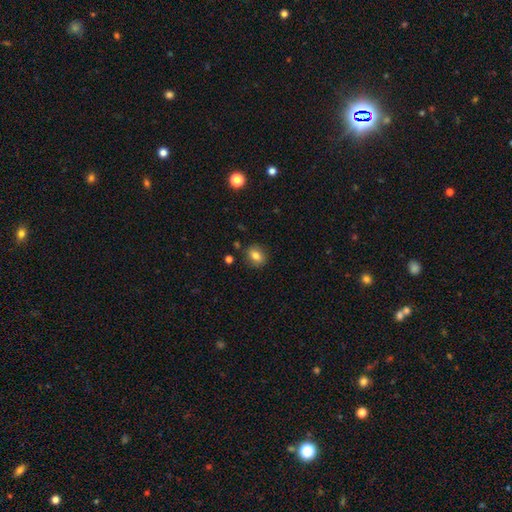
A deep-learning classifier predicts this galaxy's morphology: This is likely a smooth galaxy (79%). How rounded: possibly round (54%). Merging: clearly none (86%).